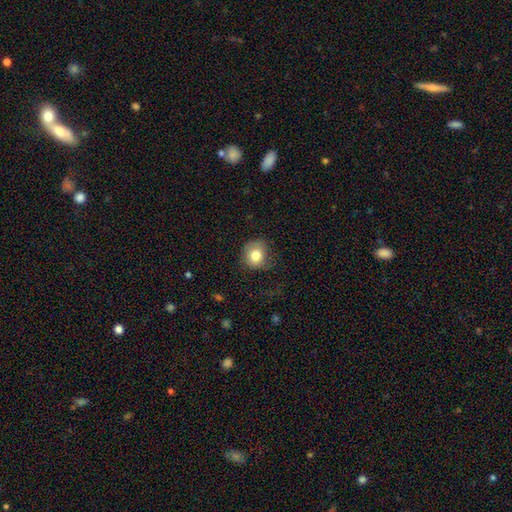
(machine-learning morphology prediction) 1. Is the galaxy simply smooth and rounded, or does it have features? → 79% smooth, 12% featured or disk, 9% star or artifact.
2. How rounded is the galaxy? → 80% round, 19% in between, 1% cigar-shaped.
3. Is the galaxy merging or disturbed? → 63% none, 24% minor disturbance, 11% major disturbance, 1% merger.